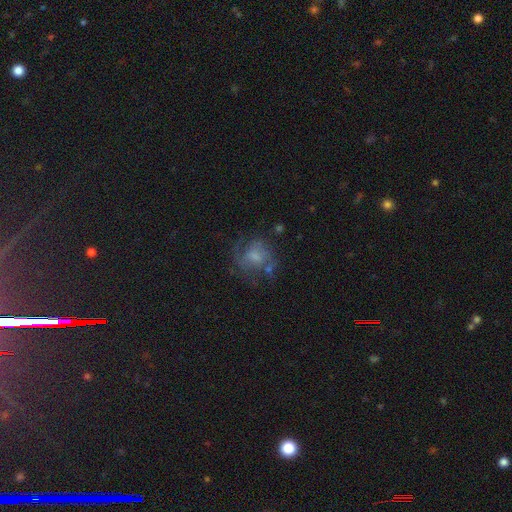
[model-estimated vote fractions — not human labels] A featured or disk galaxy (46%).

Vote fractions:
- Smooth or featured? featured or disk: 46% / smooth: 41% / star or artifact: 13%
- Merging? none: 50% / major disturbance: 24% / minor disturbance: 22% / merger: 5%